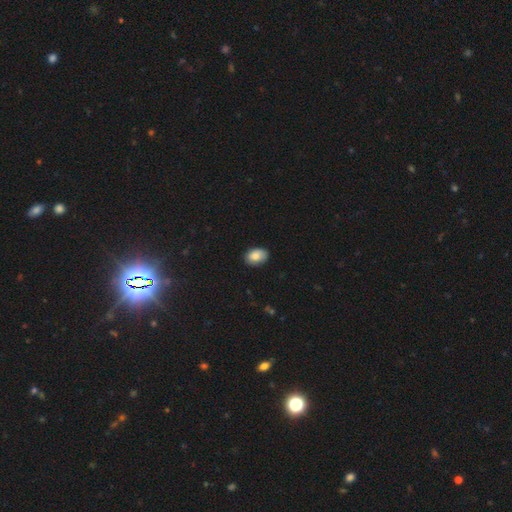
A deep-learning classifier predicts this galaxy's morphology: This is clearly a smooth galaxy (86%). How rounded: clearly in between (85%). Merging: clearly none (83%).